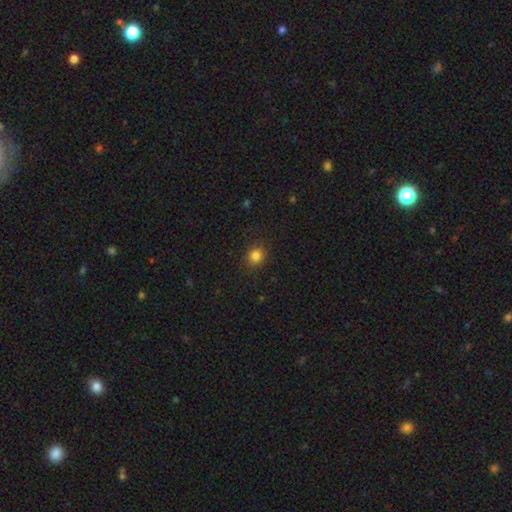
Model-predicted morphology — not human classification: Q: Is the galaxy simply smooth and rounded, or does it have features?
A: smooth — 83%.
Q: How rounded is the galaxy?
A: round — 83%.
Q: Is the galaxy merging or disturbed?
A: none — 88%.